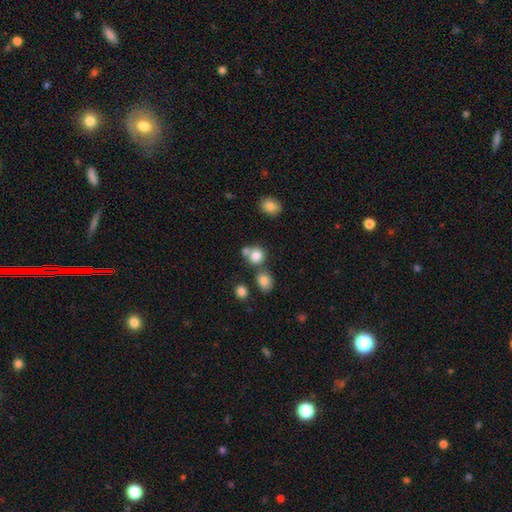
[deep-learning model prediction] This appears to be a smooth galaxy with no disk features (81%) that is round (82%). Merging: none (52%).